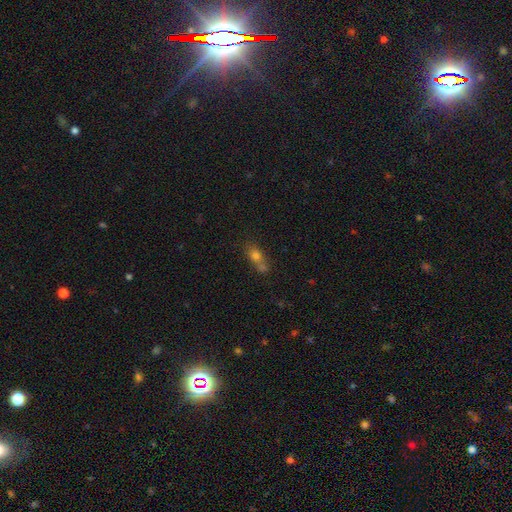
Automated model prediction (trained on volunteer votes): A smooth galaxy with no disk features (70%) that is in between round and cigar-shaped (60%).

Vote fractions:
- Smooth or featured? smooth: 70% / featured or disk: 17% / star or artifact: 13%
- How rounded? in between: 60% / round: 27% / cigar-shaped: 14%
- Merging? merger: 44% / none: 37% / minor disturbance: 13% / major disturbance: 6%